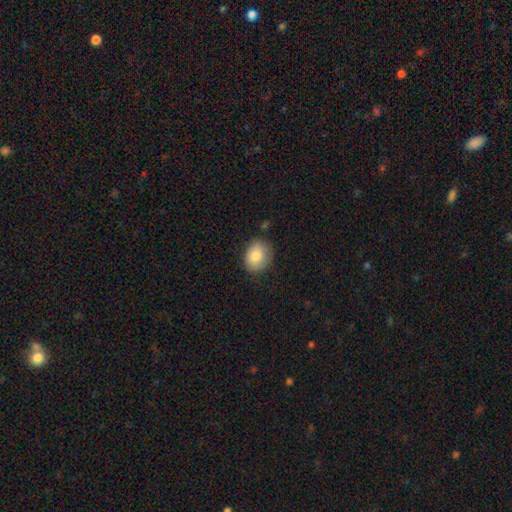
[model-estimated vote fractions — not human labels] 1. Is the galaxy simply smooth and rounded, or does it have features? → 82% smooth, 9% featured or disk, 8% star or artifact.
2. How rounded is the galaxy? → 51% in between, 48% round, 1% cigar-shaped.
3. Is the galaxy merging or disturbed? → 77% none, 17% minor disturbance, 4% major disturbance, 2% merger.